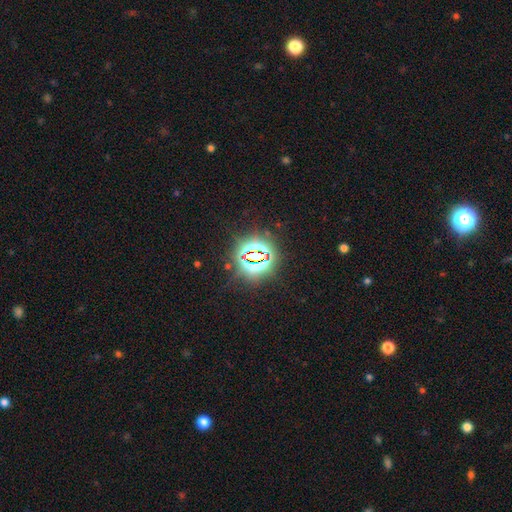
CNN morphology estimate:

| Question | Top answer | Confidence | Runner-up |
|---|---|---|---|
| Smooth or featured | star or artifact | 80% | smooth (12%) |